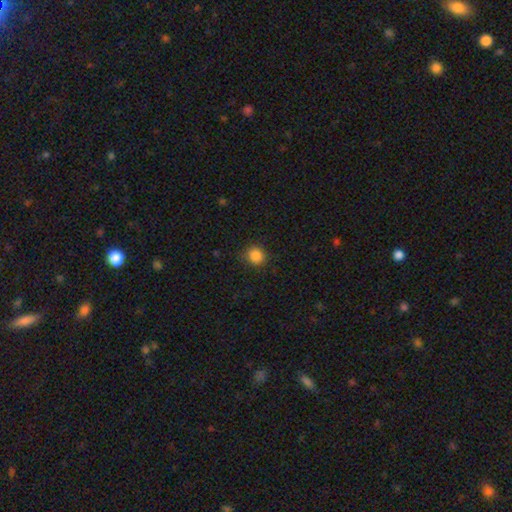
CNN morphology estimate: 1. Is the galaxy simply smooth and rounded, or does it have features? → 86% smooth, 11% star or artifact, 3% featured or disk.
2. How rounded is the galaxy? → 82% round, 17% in between, 1% cigar-shaped.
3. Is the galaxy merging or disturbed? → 85% none, 11% minor disturbance, 3% major disturbance, 1% merger.